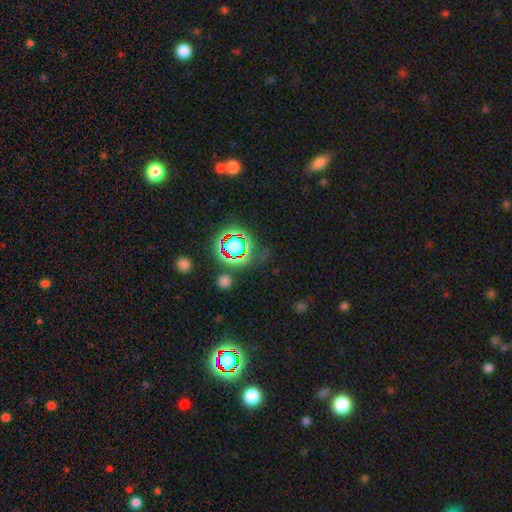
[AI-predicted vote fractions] Smooth or featured: star or artifact — 75% (smooth — 16%)